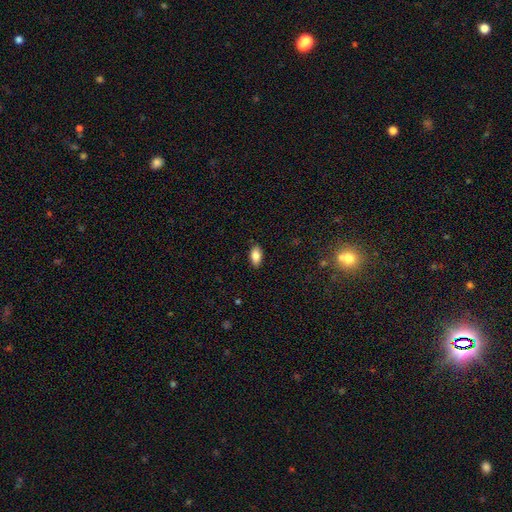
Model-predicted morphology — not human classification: Overall: smooth (85%). How rounded: in between (92%). Merging: none (89%).